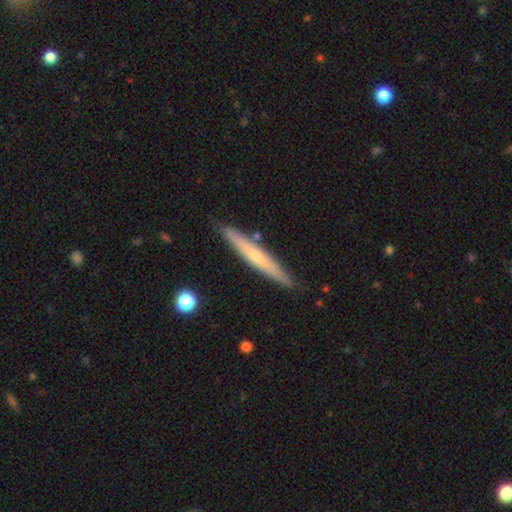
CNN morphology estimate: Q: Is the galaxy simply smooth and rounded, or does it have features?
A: smooth — 48%.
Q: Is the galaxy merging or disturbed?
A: none — 87%.